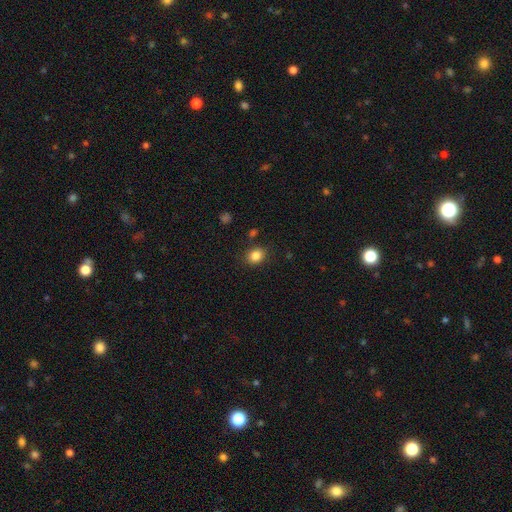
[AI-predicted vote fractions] The model was most divided on "how rounded": round: 59%, in between: 40%, cigar-shaped: 1%. More confident: smooth or featured — smooth (84%); merging — none (84%).